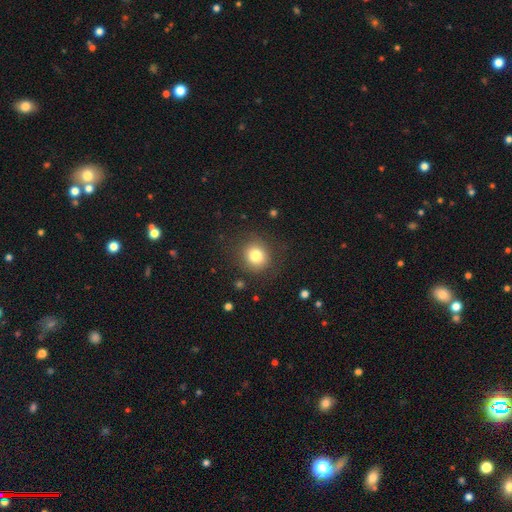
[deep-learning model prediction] smooth_or_featured: smooth (p=0.80) [alt: star or artifact p=0.12]
how_rounded: round (p=0.89) [alt: in between p=0.10]
merging: none (p=0.85) [alt: minor disturbance p=0.10]